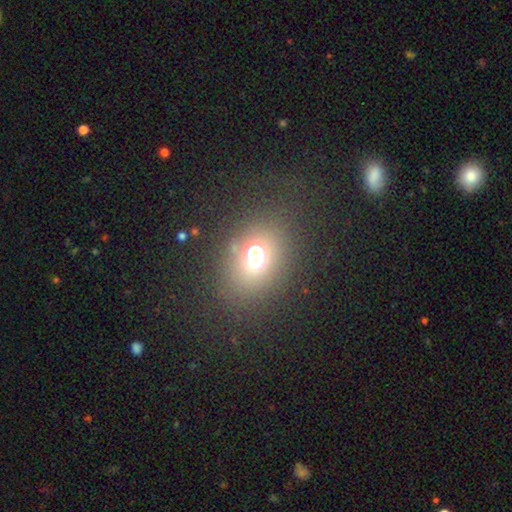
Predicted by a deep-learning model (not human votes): This is possibly a smooth galaxy (59%). How rounded: possibly round (50%). Merging: likely none (62%).